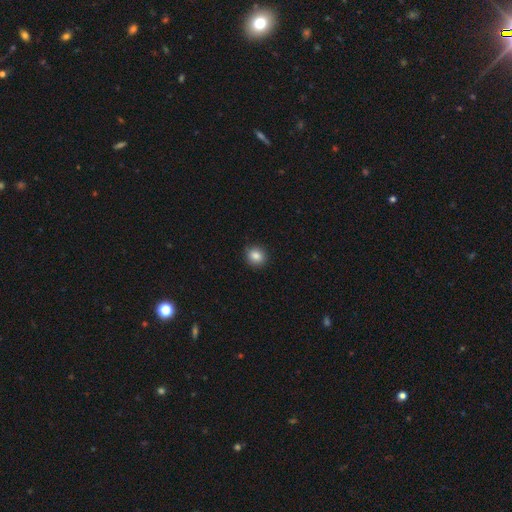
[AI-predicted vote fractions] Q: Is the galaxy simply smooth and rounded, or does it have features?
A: smooth — 85%.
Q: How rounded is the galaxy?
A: round — 82%.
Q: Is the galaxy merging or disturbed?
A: none — 89%.